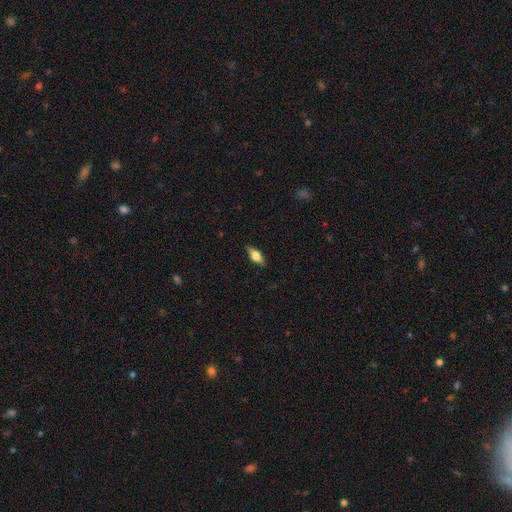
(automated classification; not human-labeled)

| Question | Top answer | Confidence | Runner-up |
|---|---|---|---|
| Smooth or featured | smooth | 61% | featured or disk (32%) |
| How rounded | in between | 77% | cigar-shaped (19%) |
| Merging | none | 86% | minor disturbance (11%) |